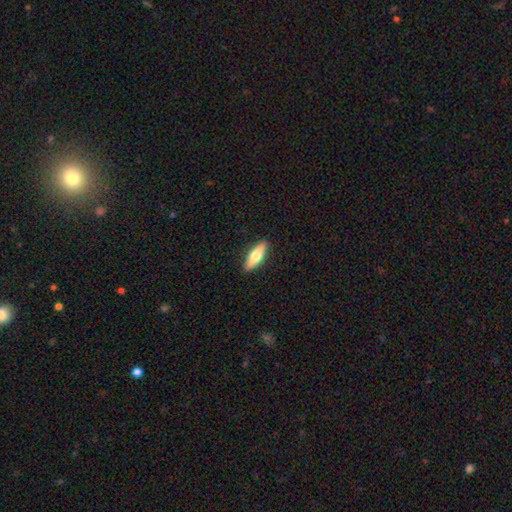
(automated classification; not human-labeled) This is possibly a smooth galaxy (60%). How rounded: possibly cigar-shaped (52%). Merging: clearly none (90%).